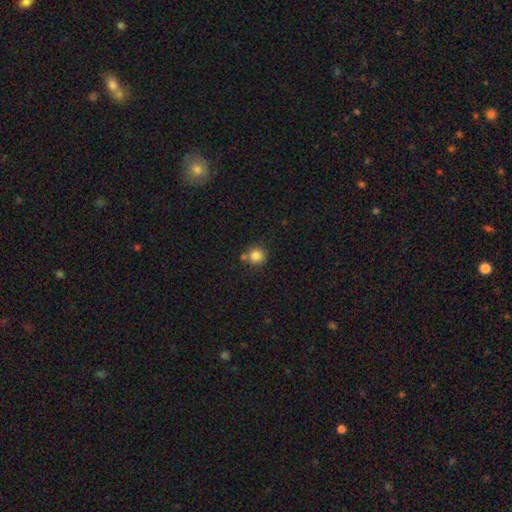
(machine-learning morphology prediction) Overall: smooth (84%). How rounded: round (91%). Merging: none (67%).